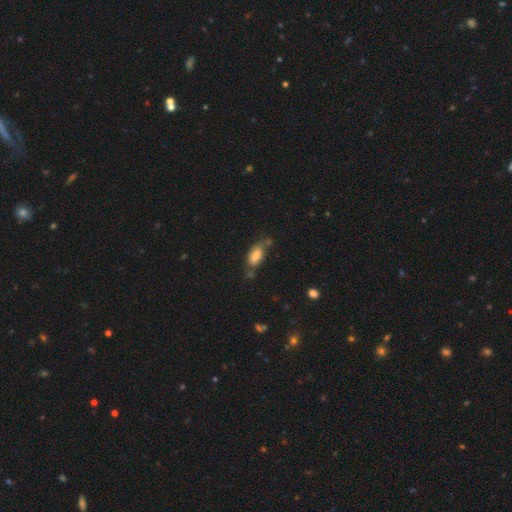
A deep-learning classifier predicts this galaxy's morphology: This is likely a smooth galaxy (79%). How rounded: clearly in between (86%). Merging: possibly none (49%).